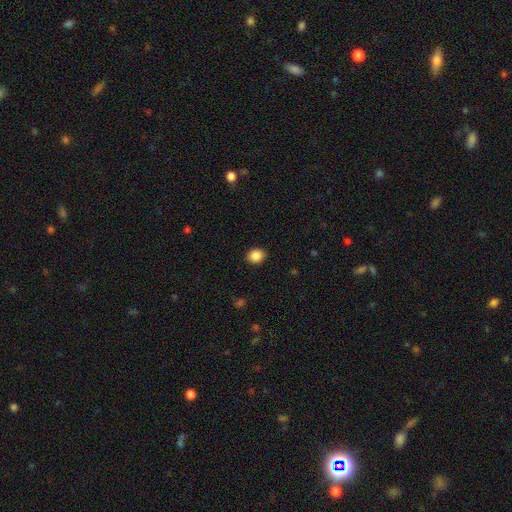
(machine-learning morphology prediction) Overall: smooth (88%). How rounded: round (65%; in between 34%). Merging: none (90%).